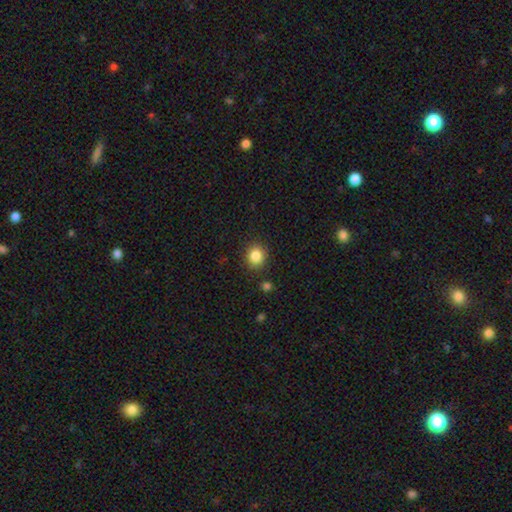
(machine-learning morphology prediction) A smooth galaxy with no disk features (85%) that is round (77%). Merging: none (87%).